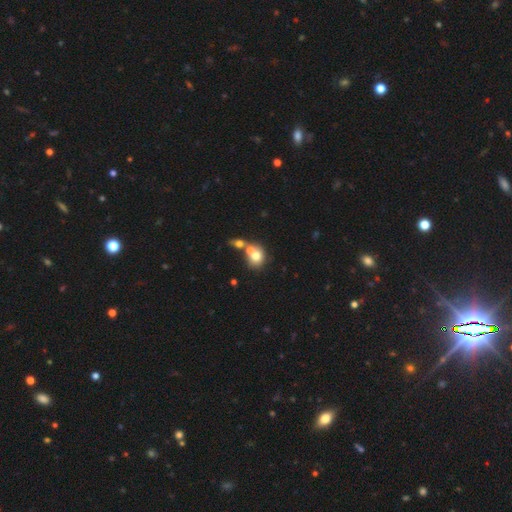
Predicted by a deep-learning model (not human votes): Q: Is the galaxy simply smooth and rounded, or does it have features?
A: smooth — 69%.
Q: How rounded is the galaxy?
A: round — 68%.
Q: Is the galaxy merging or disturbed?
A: merger — 59%.